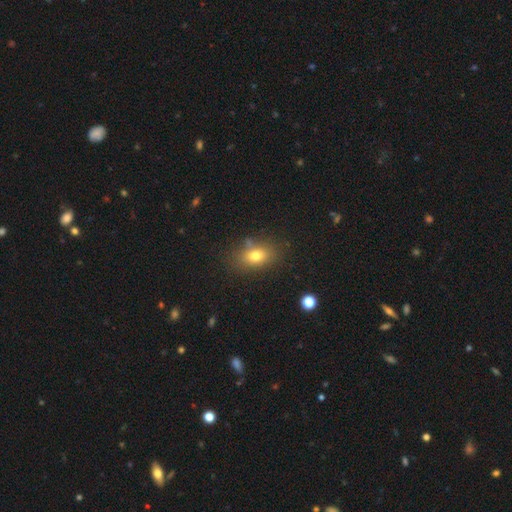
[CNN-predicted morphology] smooth-or-featured: smooth: 75% | star or artifact: 13% | featured or disk: 12%
  how-rounded: in between: 76% | round: 21% | cigar-shaped: 3%
  merging: none: 75% | minor disturbance: 16% | major disturbance: 5% | merger: 5%